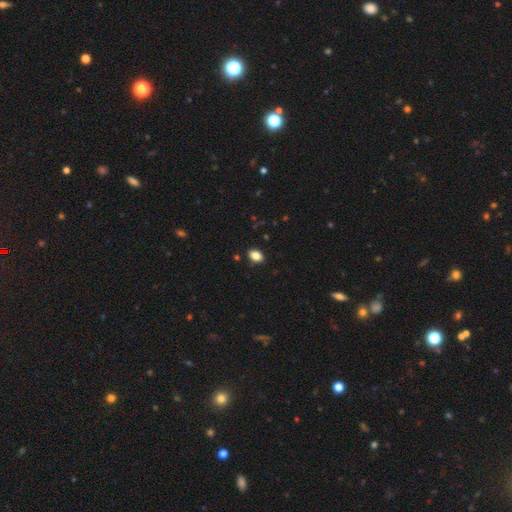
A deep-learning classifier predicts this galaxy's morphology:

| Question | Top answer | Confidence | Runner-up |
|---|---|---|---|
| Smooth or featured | smooth | 85% | star or artifact (9%) |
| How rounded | in between | 82% | round (17%) |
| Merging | none | 89% | minor disturbance (8%) |